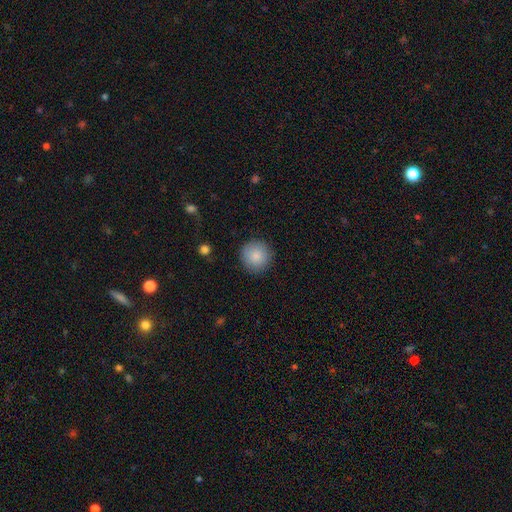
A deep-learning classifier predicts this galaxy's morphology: This appears to be a smooth galaxy with no disk features (86%) that is round (95%). Merging: none (90%).